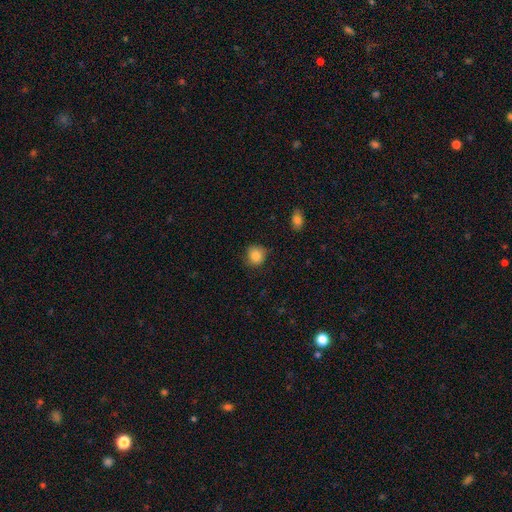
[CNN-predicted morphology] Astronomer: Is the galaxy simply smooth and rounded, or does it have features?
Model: smooth — 85%.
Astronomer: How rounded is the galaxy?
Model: round — 86%.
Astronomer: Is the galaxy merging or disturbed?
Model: none — 80%.